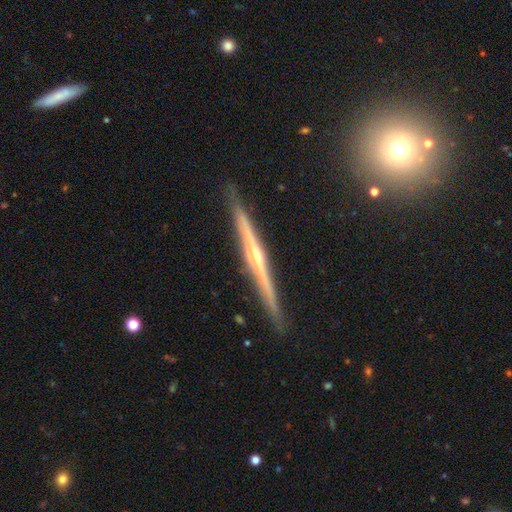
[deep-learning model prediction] Smooth or featured: featured or disk — 82% (smooth — 12%)
Edge-on disk: yes — 98% (no — 2%)
Edge-on bulge: rounded — 70% (none — 25%)
Merging: none — 91% (minor disturbance — 7%)